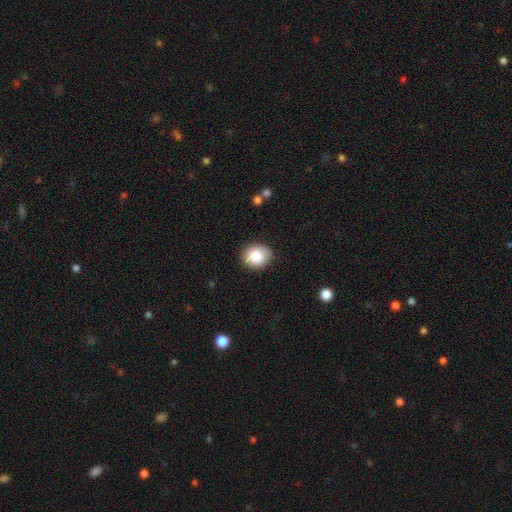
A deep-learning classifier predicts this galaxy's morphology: This appears to be a smooth galaxy with no disk features (84%) that is round (54%). Merging: none (83%).